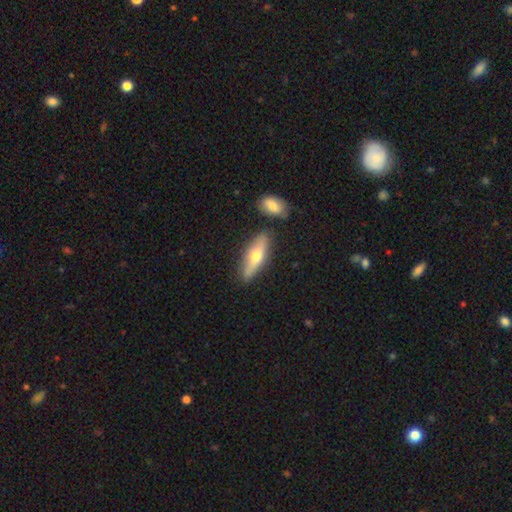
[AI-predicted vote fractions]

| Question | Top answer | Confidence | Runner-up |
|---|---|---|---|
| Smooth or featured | featured or disk | 47% | tied: smooth (47%) |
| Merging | none | 79% | minor disturbance (12%) |